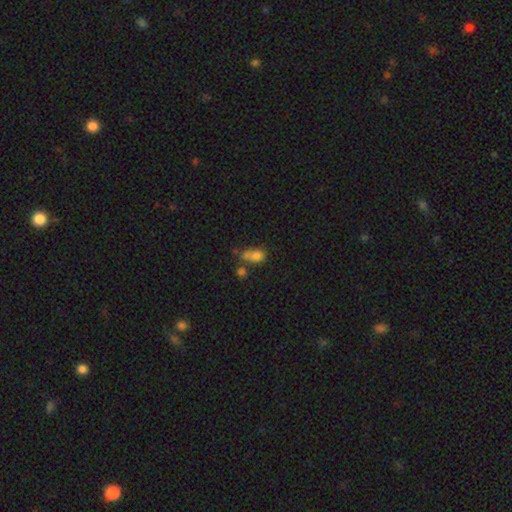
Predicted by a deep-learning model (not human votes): smooth_or_featured: smooth (p=0.75) [alt: star or artifact p=0.13]
how_rounded: in between (p=0.61) [alt: round p=0.36]
merging: merger (p=0.43) [alt: none p=0.29]